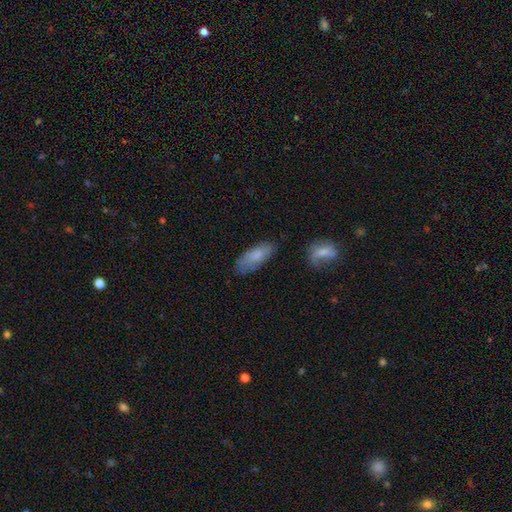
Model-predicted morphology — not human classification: A smooth galaxy with no disk features (77%) that is in between round and cigar-shaped (75%). Merging: none (68%).